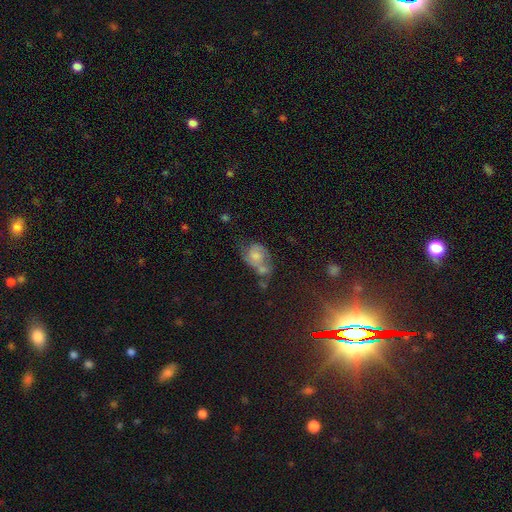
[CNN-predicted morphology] Overall: smooth (47%; featured or disk 42%). Merging: merger (40%; none 24%).